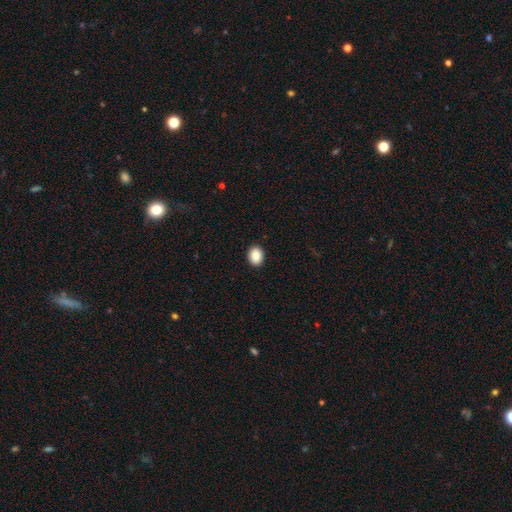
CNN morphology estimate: A smooth galaxy with no disk features (86%) that is in between round and cigar-shaped (55%).

Vote fractions:
- Smooth or featured? smooth: 86% / star or artifact: 8% / featured or disk: 6%
- How rounded? in between: 55% / round: 44% / cigar-shaped: 1%
- Merging? none: 92% / minor disturbance: 6% / major disturbance: 1% / merger: 1%